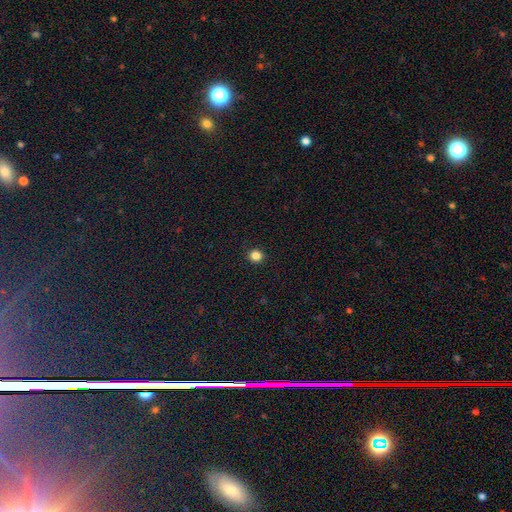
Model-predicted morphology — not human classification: Q: Smooth or featured?
A: smooth (84%); runner-up: star or artifact (12%)
Q: How rounded?
A: round (92%); runner-up: in between (7%)
Q: Merging?
A: none (93%); runner-up: minor disturbance (5%)